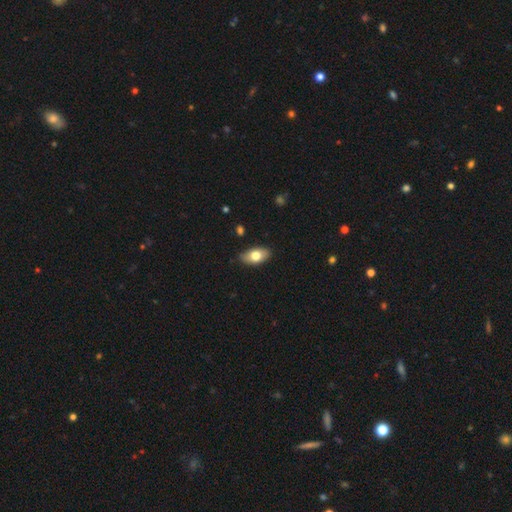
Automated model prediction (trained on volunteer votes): Smooth or featured: smooth — 74% (featured or disk — 20%)
How rounded: in between — 92% (round — 5%)
Merging: none — 86% (minor disturbance — 11%)